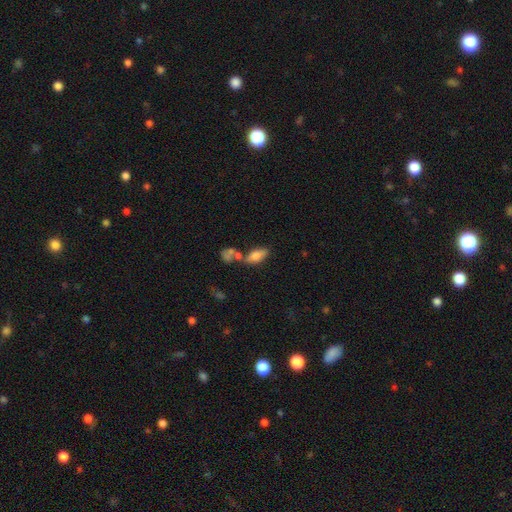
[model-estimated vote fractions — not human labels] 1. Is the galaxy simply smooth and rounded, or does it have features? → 73% smooth, 19% featured or disk, 9% star or artifact.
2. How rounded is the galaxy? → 80% in between, 15% cigar-shaped, 4% round.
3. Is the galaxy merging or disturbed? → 47% none, 28% merger, 17% minor disturbance, 8% major disturbance.